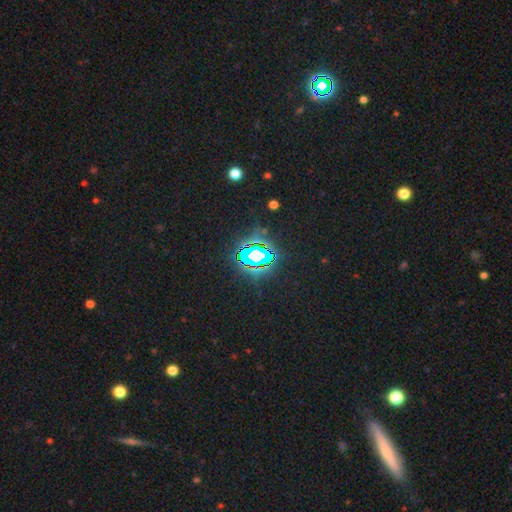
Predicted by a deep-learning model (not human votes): This appears to be a star or artifact, not a galaxy (75%).